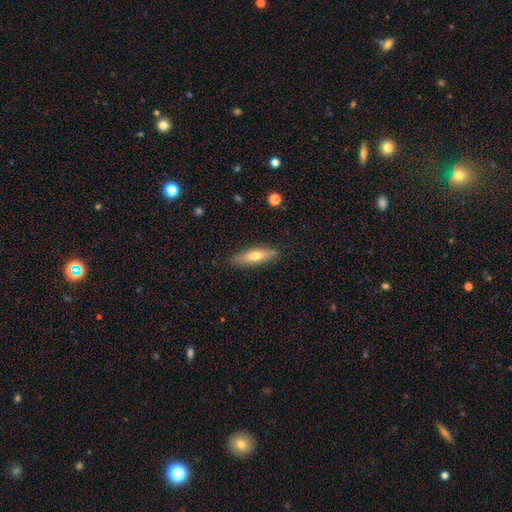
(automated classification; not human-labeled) Smooth or featured? Predicted: smooth (p=0.55). How rounded? Predicted: cigar-shaped (p=0.67). Merging? Predicted: none (p=0.85).